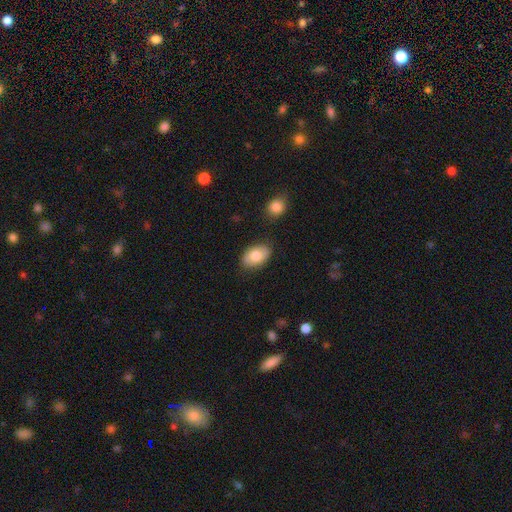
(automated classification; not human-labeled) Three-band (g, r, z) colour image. It shows a smooth galaxy with no disk features (78%) that is in between round and cigar-shaped (90%). Merging: none (82%).